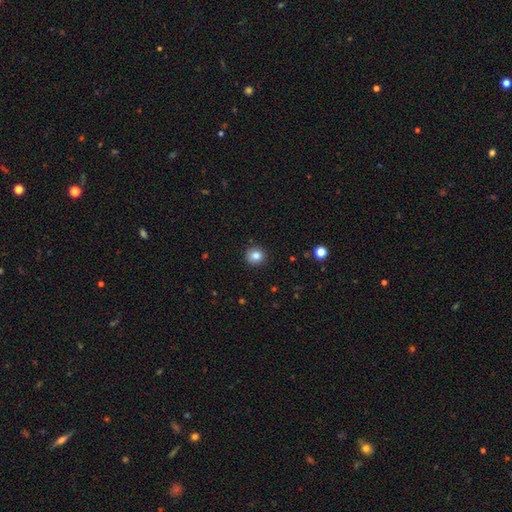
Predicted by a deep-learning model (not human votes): Smooth or featured?
  - smooth: 84% *
  - star or artifact: 11%
  - featured or disk: 6%
How rounded?
  - round: 90% *
  - in between: 9%
  - cigar-shaped: 1%
Merging?
  - none: 90% *
  - minor disturbance: 7%
  - major disturbance: 2%
  - merger: 1%